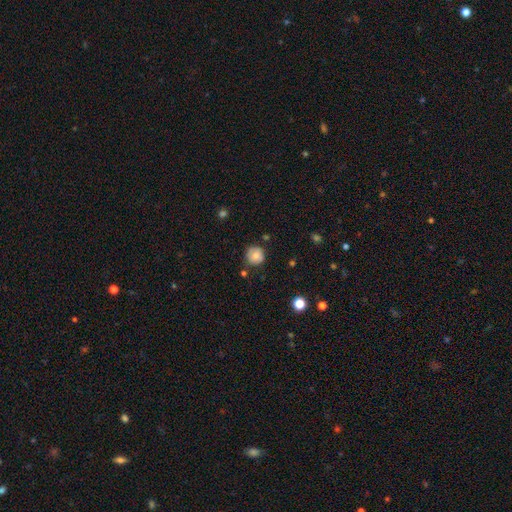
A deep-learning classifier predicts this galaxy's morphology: smooth_or_featured: smooth (p=0.70) [alt: featured or disk p=0.21]
how_rounded: round (p=0.92) [alt: in between p=0.07]
merging: none (p=0.76) [alt: minor disturbance p=0.17]